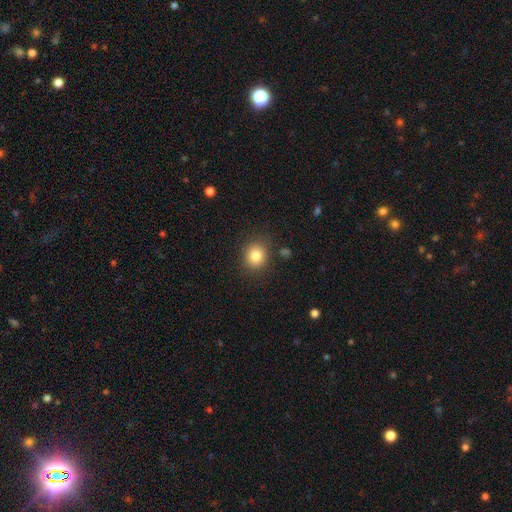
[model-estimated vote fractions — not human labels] Morphology: type=smooth (83%); roundness=round (79%); merging=none (84%).